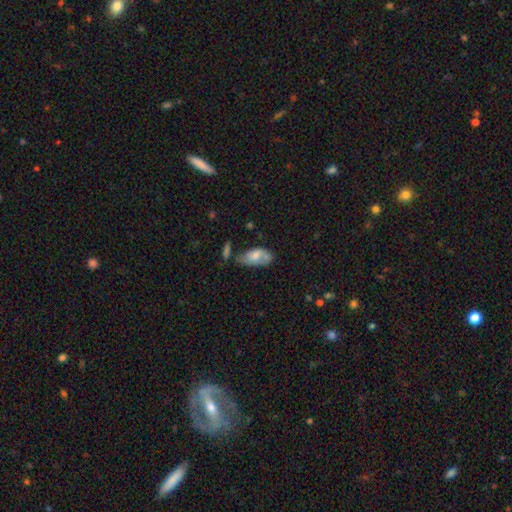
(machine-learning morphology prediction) Smooth or featured? smooth (61%)
How rounded? in between (91%)
Merging? none (42%)